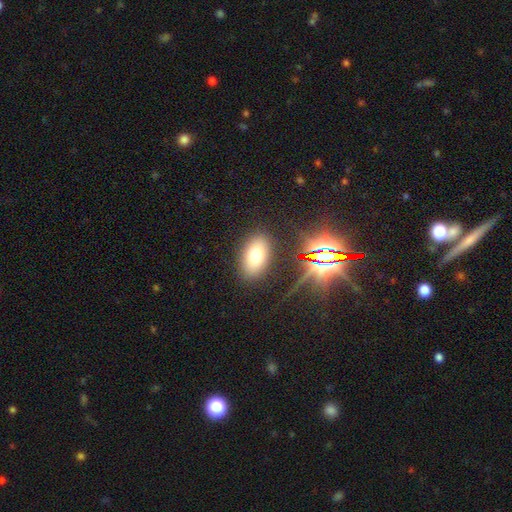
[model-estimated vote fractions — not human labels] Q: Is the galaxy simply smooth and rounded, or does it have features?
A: smooth — 70%.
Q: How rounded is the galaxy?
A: in between — 90%.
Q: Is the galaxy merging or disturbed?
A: none — 86%.